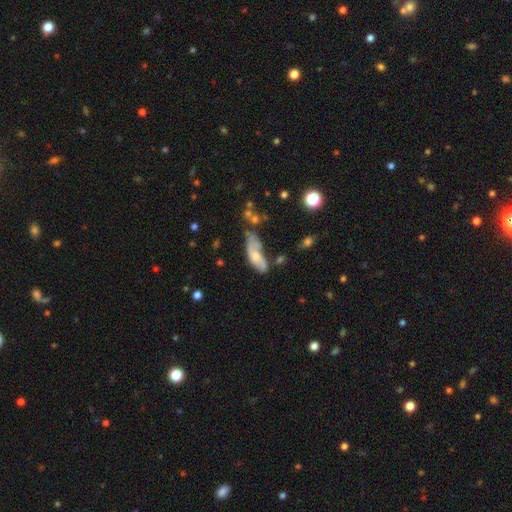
featured or disk 52%, smooth 40%, star or artifact 8%. Down the decision tree: edge-on disk — no (86%); bar — no (78%); spiral arms — yes (67%); spiral arm count — 2 (67%); spiral winding — loose (67%); bulge size — moderate (72%); merging — minor disturbance (46%).